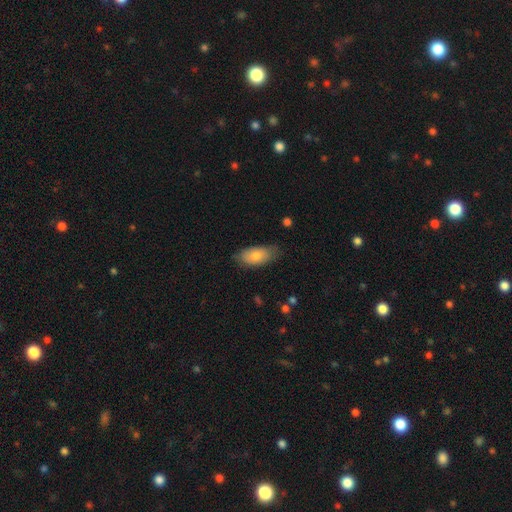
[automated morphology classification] Smooth or featured? Predicted: smooth (p=0.79). How rounded? Predicted: in between (p=0.91). Merging? Predicted: none (p=0.70).